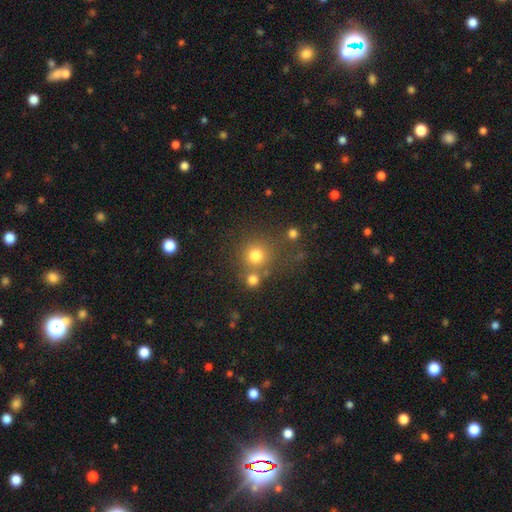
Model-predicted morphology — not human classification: A smooth galaxy with no disk features (76%) that is round (91%). Merging: none (67%).